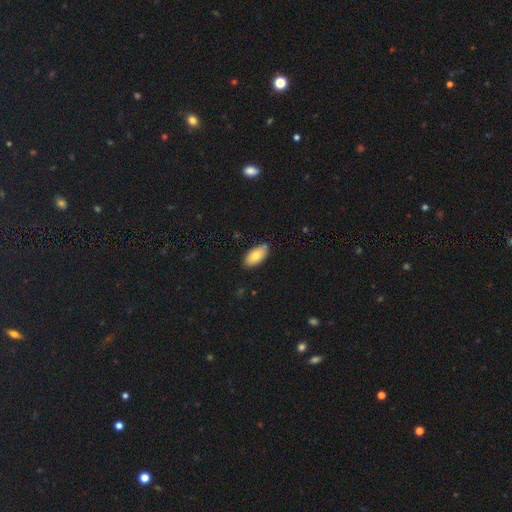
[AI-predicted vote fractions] Q: Smooth or featured?
A: smooth (80%); runner-up: featured or disk (14%)
Q: How rounded?
A: in between (93%); runner-up: cigar-shaped (5%)
Q: Merging?
A: none (84%); runner-up: minor disturbance (13%)